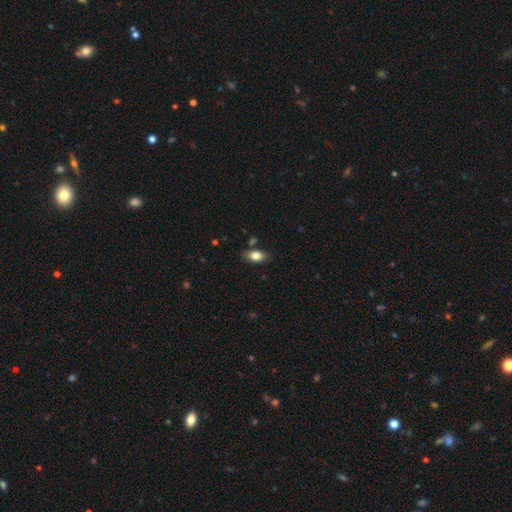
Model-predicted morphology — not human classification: This is clearly a smooth galaxy (81%). How rounded: clearly in between (87%). Merging: likely none (79%).